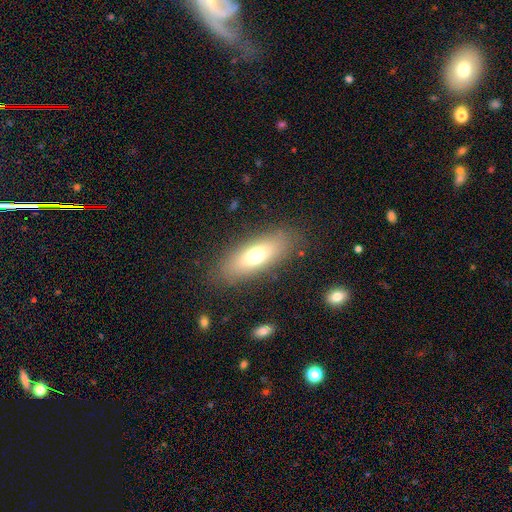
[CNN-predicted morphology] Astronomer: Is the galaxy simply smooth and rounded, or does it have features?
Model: smooth — 69%.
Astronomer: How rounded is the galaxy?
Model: in between — 67%.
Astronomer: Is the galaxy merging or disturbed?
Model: none — 83%.